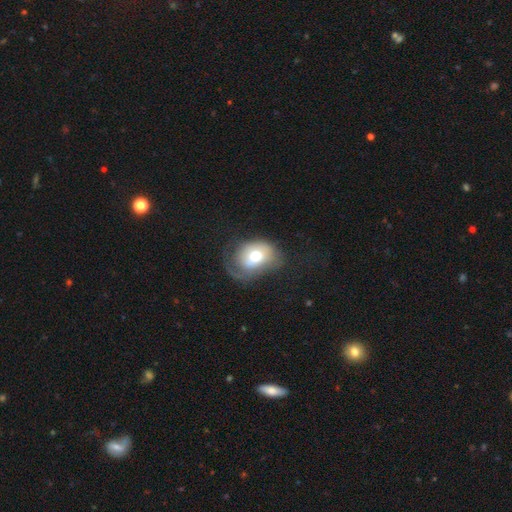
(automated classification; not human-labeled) A smooth galaxy with no disk features (54%) that is in between round and cigar-shaped (56%).

Vote fractions:
- Smooth or featured? smooth: 54% / featured or disk: 37% / star or artifact: 9%
- How rounded? in between: 56% / round: 43% / cigar-shaped: 1%
- Merging? none: 39% / major disturbance: 33% / minor disturbance: 27% / merger: 2%